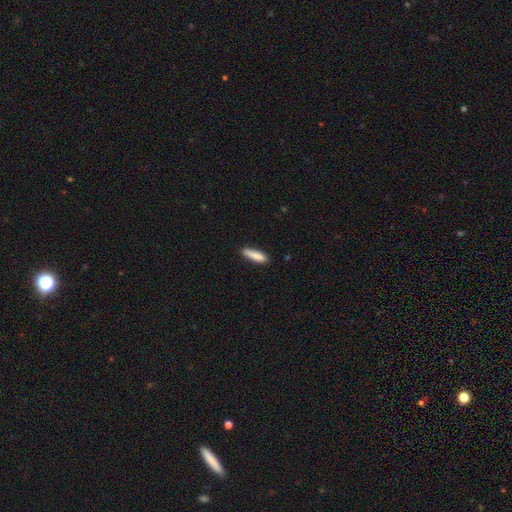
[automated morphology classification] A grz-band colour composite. It shows a smooth galaxy with no disk features (86%) that is cigar-shaped (73%). Merging: none (85%).